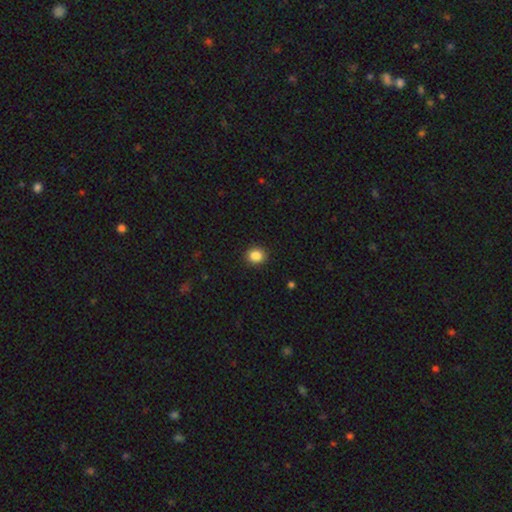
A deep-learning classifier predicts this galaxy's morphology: The model was most divided on "how rounded": round: 75%, in between: 24%, cigar-shaped: 1%. More confident: merging — none (91%); smooth or featured — smooth (87%).